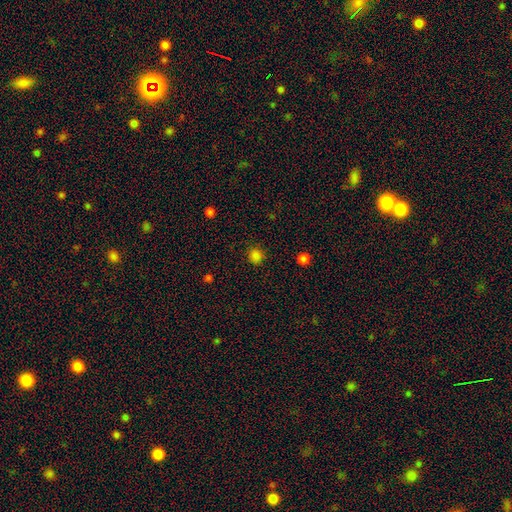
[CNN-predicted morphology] This appears to be a smooth galaxy with no disk features (82%) that is round (91%). Merging: none (89%).